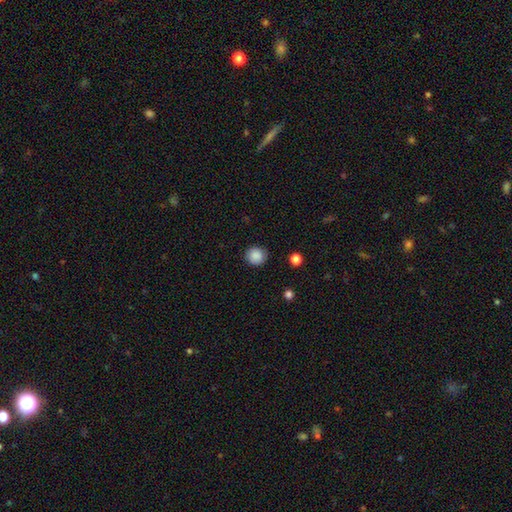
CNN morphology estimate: A smooth galaxy with no disk features (87%) that is round (91%). Merging: none (88%).